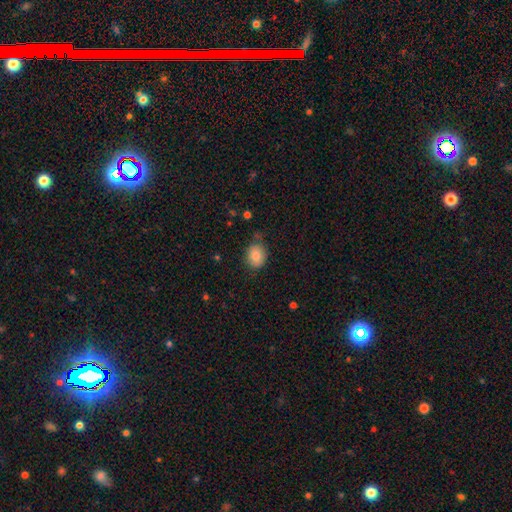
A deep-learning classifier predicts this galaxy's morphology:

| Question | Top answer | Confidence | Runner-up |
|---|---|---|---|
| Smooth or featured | smooth | 83% | star or artifact (9%) |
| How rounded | in between | 51% | round (48%) |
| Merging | none | 75% | minor disturbance (19%) |